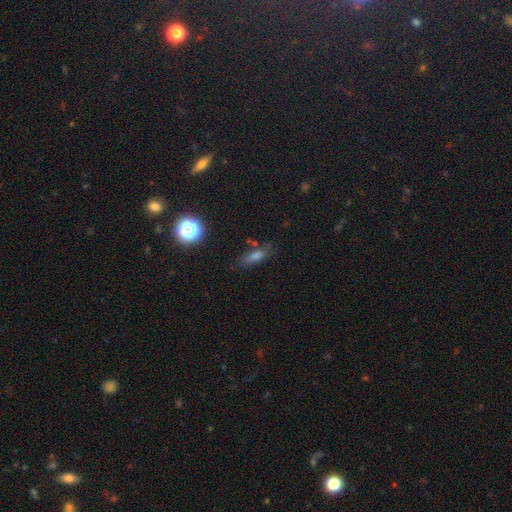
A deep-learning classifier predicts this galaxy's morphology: type=smooth (65%); roundness=in between (47%); merging=none (71%).